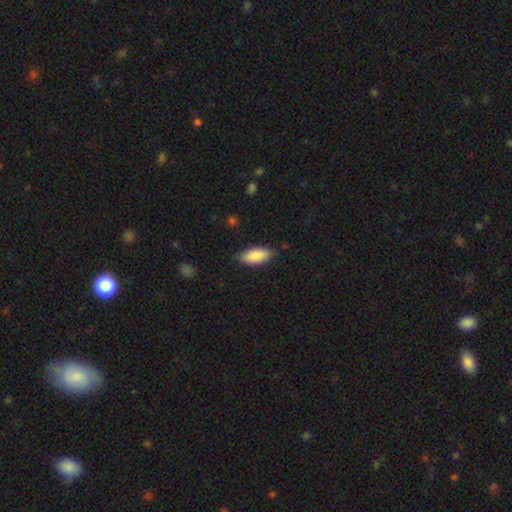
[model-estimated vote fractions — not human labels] Smooth or featured: smooth — 87% (featured or disk — 7%)
How rounded: in between — 88% (cigar-shaped — 10%)
Merging: none — 82% (minor disturbance — 15%)